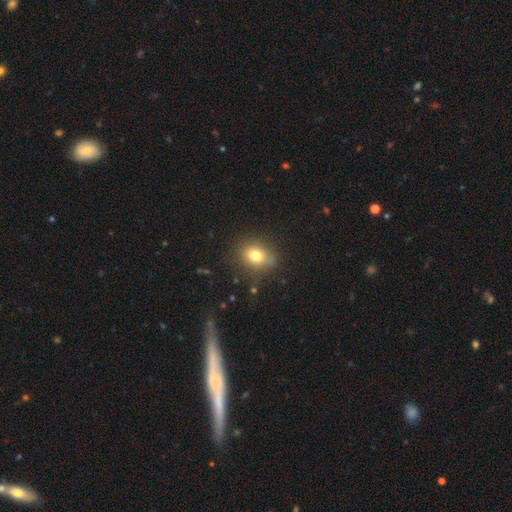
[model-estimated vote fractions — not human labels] Q: Smooth or featured?
A: smooth (76%); runner-up: star or artifact (12%)
Q: How rounded?
A: round (50%); runner-up: in between (49%)
Q: Merging?
A: none (75%); runner-up: minor disturbance (17%)